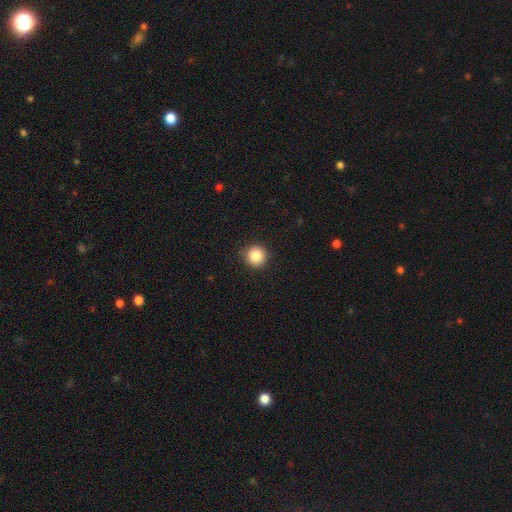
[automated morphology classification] Smooth or featured: smooth — 85% (star or artifact — 10%)
How rounded: round — 95% (in between — 4%)
Merging: none — 92% (minor disturbance — 6%)